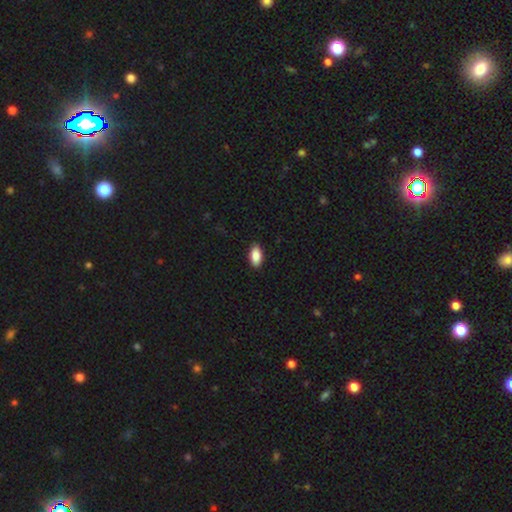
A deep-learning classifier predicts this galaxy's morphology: Smooth or featured? smooth (87%)
How rounded? in between (93%)
Merging? none (89%)